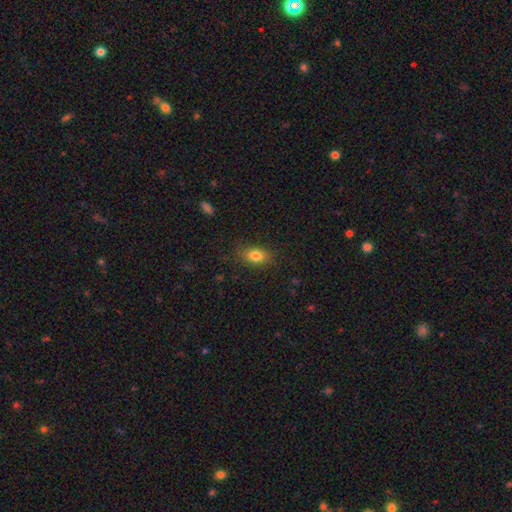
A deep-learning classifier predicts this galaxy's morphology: Overall: smooth (82%). How rounded: in between (83%). Merging: none (82%).